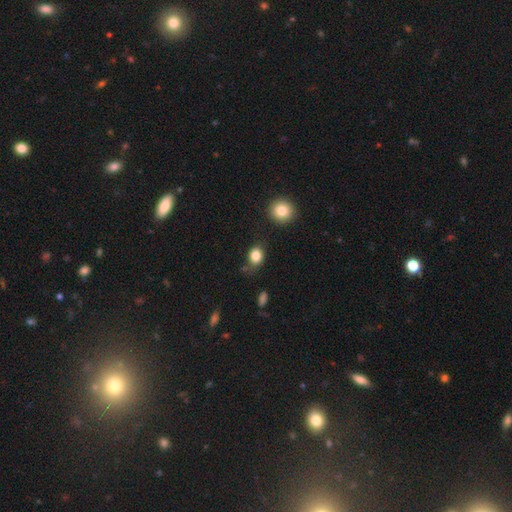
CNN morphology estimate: Smooth or featured: smooth — 84% (star or artifact — 10%)
How rounded: round — 52% (in between — 47%)
Merging: none — 67% (minor disturbance — 22%)